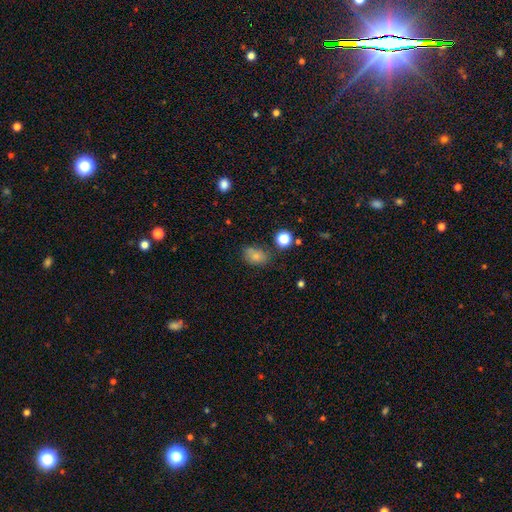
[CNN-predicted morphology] Smooth or featured? smooth (78%)
How rounded? in between (77%)
Merging? none (60%)